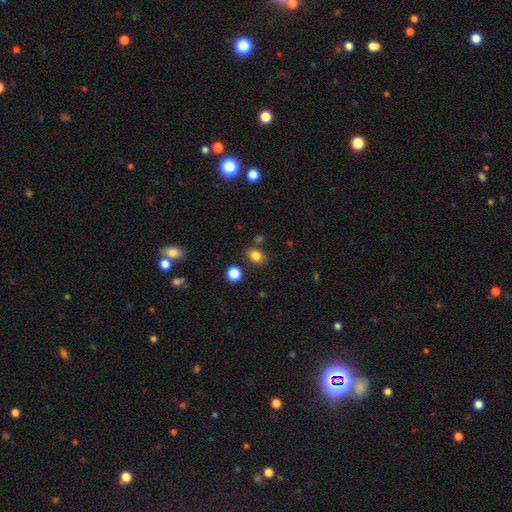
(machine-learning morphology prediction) Smooth or featured: smooth — 82% (star or artifact — 13%)
How rounded: in between — 54% (round — 45%)
Merging: none — 77% (minor disturbance — 13%)